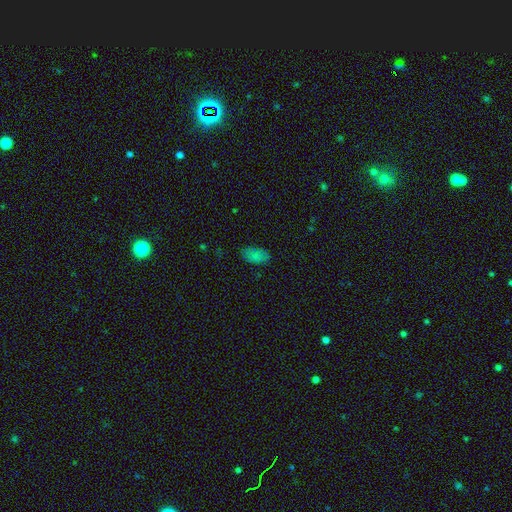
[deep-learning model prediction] Smooth or featured? smooth (83%)
How rounded? in between (94%)
Merging? none (81%)